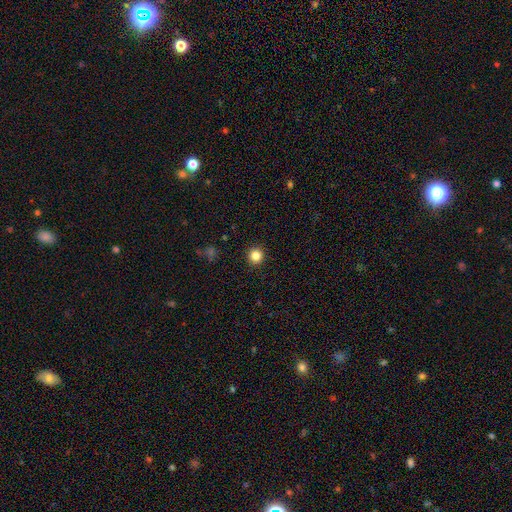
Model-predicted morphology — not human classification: Smooth or featured? Predicted: smooth (p=0.84). How rounded? Predicted: round (p=0.95). Merging? Predicted: none (p=0.93).